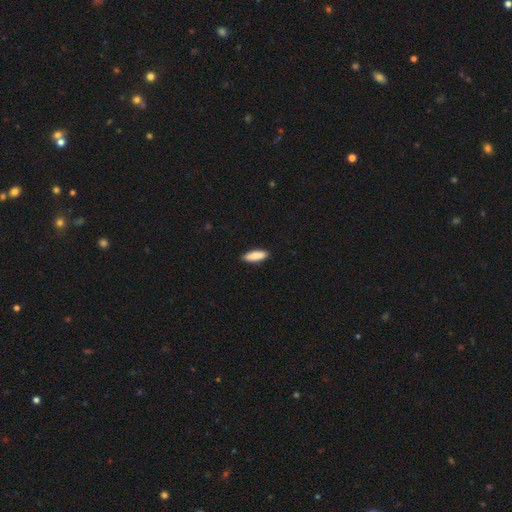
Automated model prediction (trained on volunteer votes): smooth_or_featured: smooth (p=0.86) [alt: featured or disk p=0.09]
how_rounded: in between (p=0.58) [alt: cigar-shaped p=0.40]
merging: none (p=0.89) [alt: minor disturbance p=0.09]